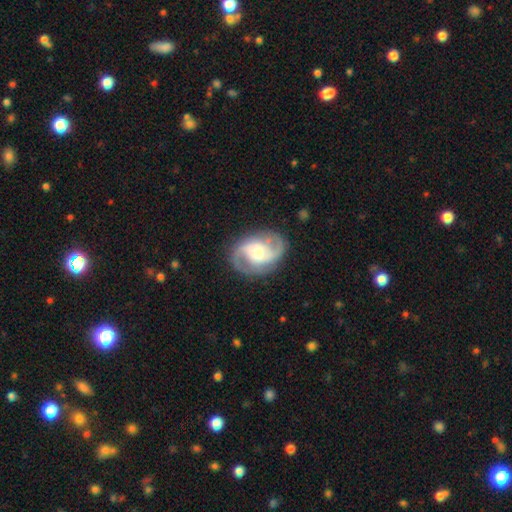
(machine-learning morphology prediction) Smooth or featured? featured or disk (84%)
Edge-on disk? no (97%)
Bar? no (45%)
Spiral arms? yes (95%)
Spiral winding? medium (54%)
Spiral arm count? 2 (90%)
Bulge size? moderate (50%)
Merging? none (81%)